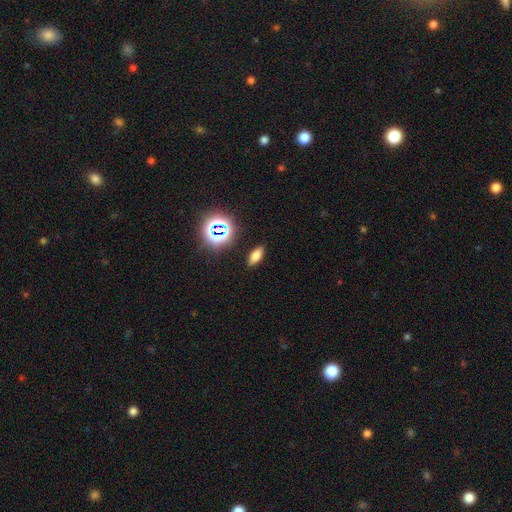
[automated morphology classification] type=smooth (67%); roundness=in between (69%); merging=none (89%).